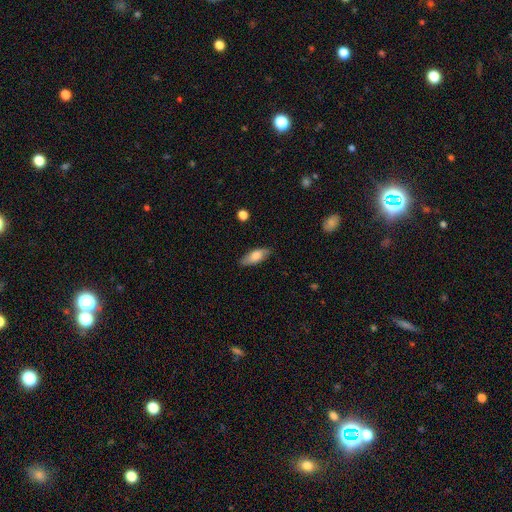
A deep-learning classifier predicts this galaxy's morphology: smooth 74%, featured or disk 19%, star or artifact 6%. Down the decision tree: how rounded — in between (77%); merging — none (82%).